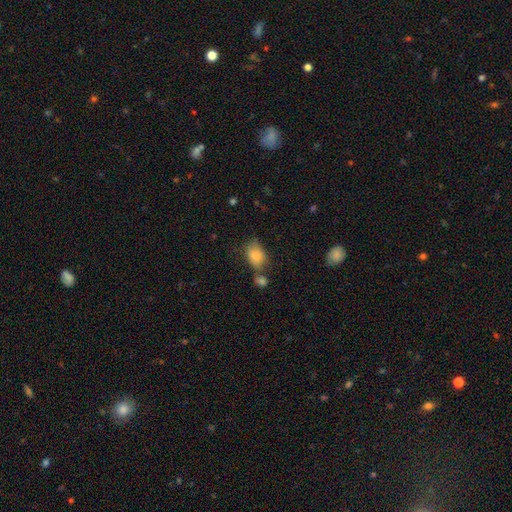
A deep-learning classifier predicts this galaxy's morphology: Smooth or featured? Predicted: smooth (p=0.83). How rounded? Predicted: in between (p=0.81). Merging? Predicted: none (p=0.48).